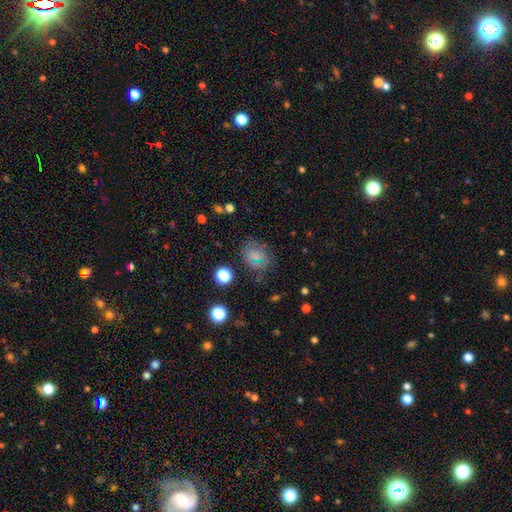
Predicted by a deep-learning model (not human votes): Smooth or featured: smooth — 58% (featured or disk — 21%)
How rounded: in between — 50% (round — 49%)
Merging: none — 67% (minor disturbance — 20%)